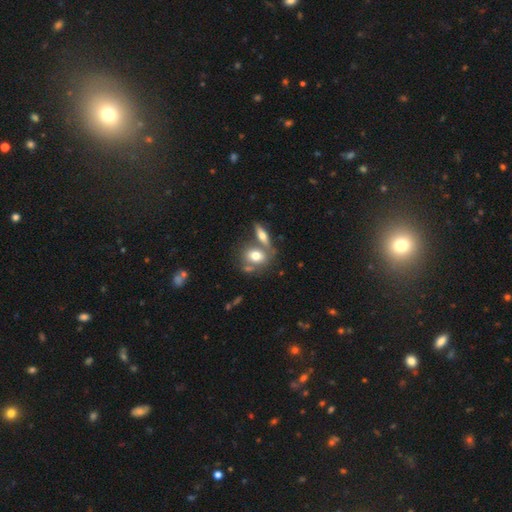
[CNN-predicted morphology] A smooth galaxy with no disk features (68%) that is in between round and cigar-shaped (63%).

Vote fractions:
- Smooth or featured? smooth: 68% / featured or disk: 24% / star or artifact: 8%
- How rounded? in between: 63% / round: 32% / cigar-shaped: 5%
- Merging? none: 47% / merger: 38% / minor disturbance: 11% / major disturbance: 4%